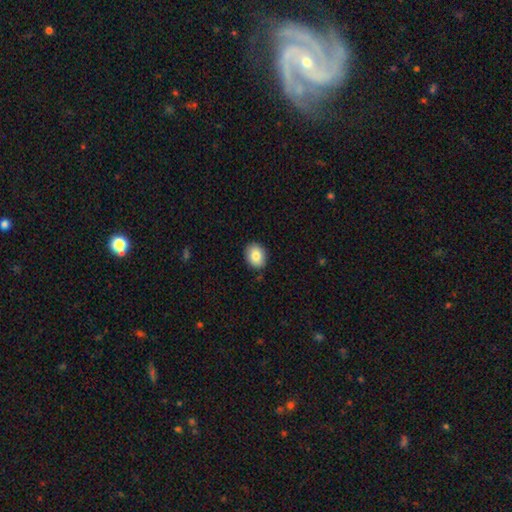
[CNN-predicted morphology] Smooth or featured? smooth (85%)
How rounded? in between (51%)
Merging? none (88%)